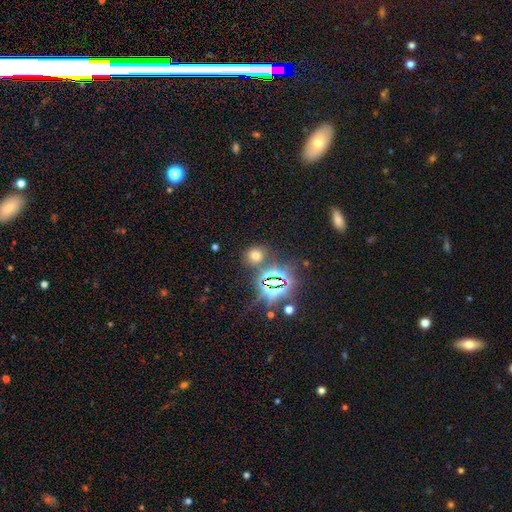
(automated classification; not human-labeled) A smooth galaxy with no disk features (54%) that is round (75%).

Vote fractions:
- Smooth or featured? smooth: 54% / star or artifact: 37% / featured or disk: 8%
- How rounded? round: 75% / in between: 23% / cigar-shaped: 1%
- Merging? none: 79% / minor disturbance: 9% / merger: 8% / major disturbance: 4%